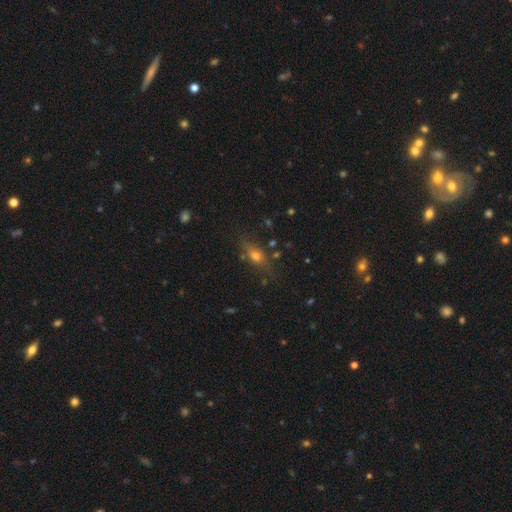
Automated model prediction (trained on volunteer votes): Smooth or featured? smooth (54%)
How rounded? in between (57%)
Merging? none (74%)